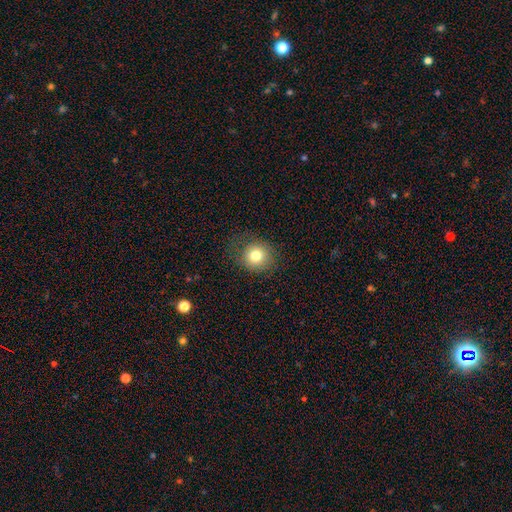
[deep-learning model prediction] smooth_or_featured: smooth (p=0.78) [alt: star or artifact p=0.12]
how_rounded: round (p=0.86) [alt: in between p=0.13]
merging: none (p=0.78) [alt: minor disturbance p=0.14]